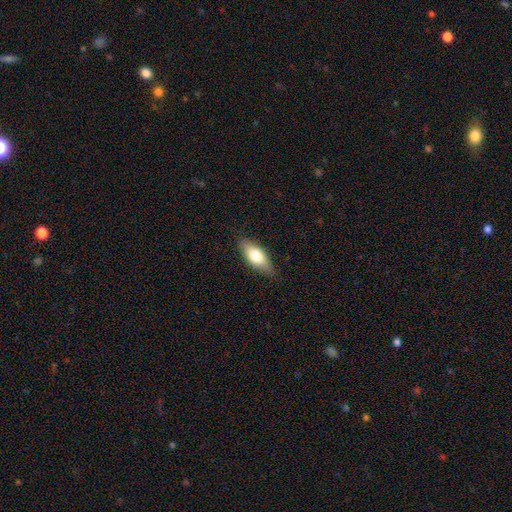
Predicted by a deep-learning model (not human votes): This appears to be a smooth galaxy with no disk features (74%) that is in between round and cigar-shaped (80%). Merging: none (84%).